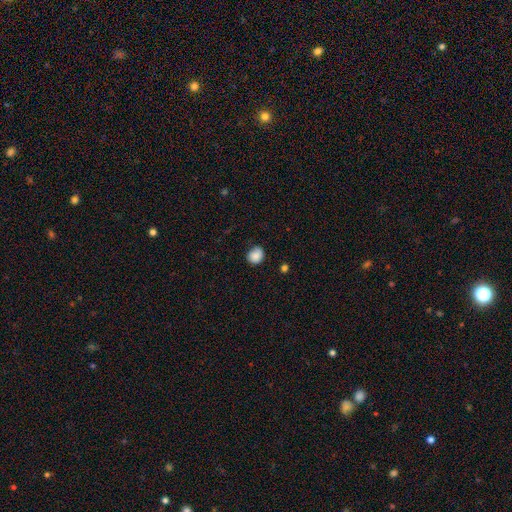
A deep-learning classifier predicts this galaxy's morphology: This is clearly a smooth galaxy (85%). How rounded: likely round (76%). Merging: likely none (71%).